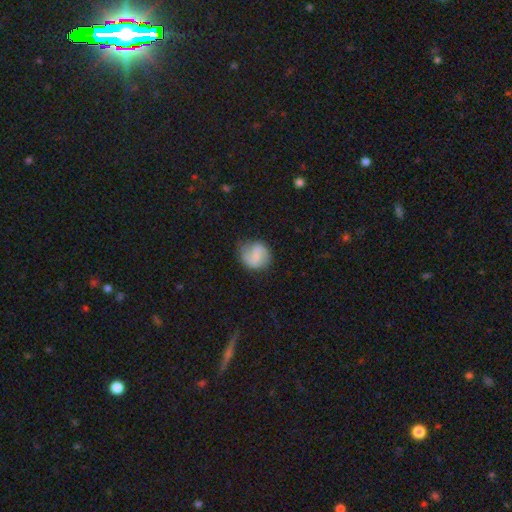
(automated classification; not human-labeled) smooth-or-featured: featured or disk: 52% | smooth: 41% | star or artifact: 7%
  disk-edge-on: no: 98% | yes: 2%
    bar: weak: 49% | no: 32% | strong: 19%
    has-spiral-arms: yes: 89% | no: 11%
    bulge-size: small: 43% | none: 37% | moderate: 17% | large: 2% | dominant: 1%
  merging: none: 72% | minor disturbance: 19% | major disturbance: 7% | merger: 2%